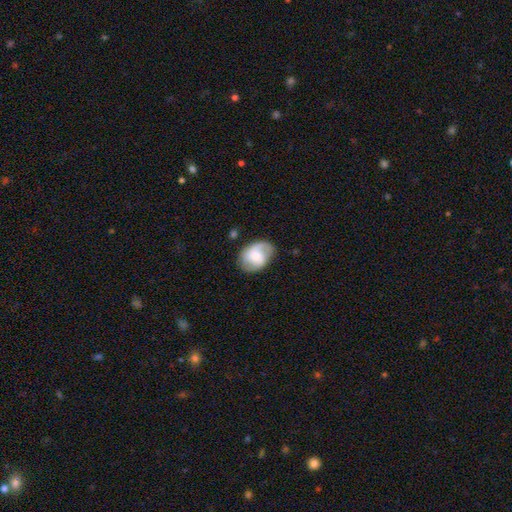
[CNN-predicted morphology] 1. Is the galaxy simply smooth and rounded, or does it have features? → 62% featured or disk, 31% smooth, 7% star or artifact.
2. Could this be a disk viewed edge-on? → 97% no, 3% yes.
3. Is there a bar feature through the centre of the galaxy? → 54% no, 37% weak, 9% strong.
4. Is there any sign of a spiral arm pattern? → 91% yes, 9% no.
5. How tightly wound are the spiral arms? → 46% medium, 28% tight, 26% loose.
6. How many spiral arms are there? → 77% 2, 9% can't tell, 7% 1, 4% 3, 1% 4, 1% more than 4.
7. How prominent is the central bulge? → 37% moderate, 36% small, 14% large, 10% none, 3% dominant.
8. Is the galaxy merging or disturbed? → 72% none, 19% minor disturbance, 7% major disturbance, 2% merger.